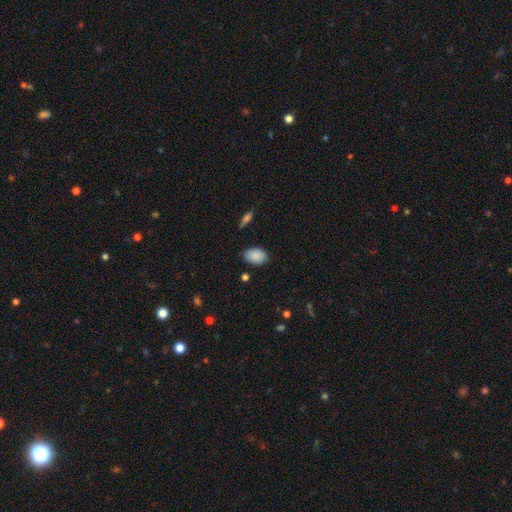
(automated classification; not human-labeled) smooth_or_featured: smooth (p=0.87) [alt: star or artifact p=0.07]
how_rounded: in between (p=0.87) [alt: round p=0.12]
merging: none (p=0.81) [alt: minor disturbance p=0.14]